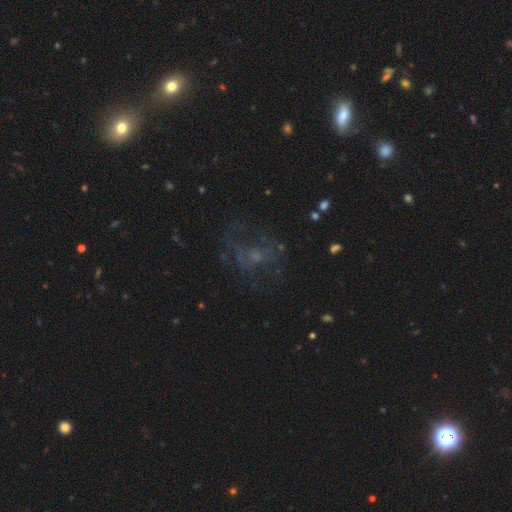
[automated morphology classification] Smooth or featured? Predicted: featured or disk (p=0.50). Edge-on disk? Predicted: no (p=0.96). Merging? Predicted: none (p=0.53).